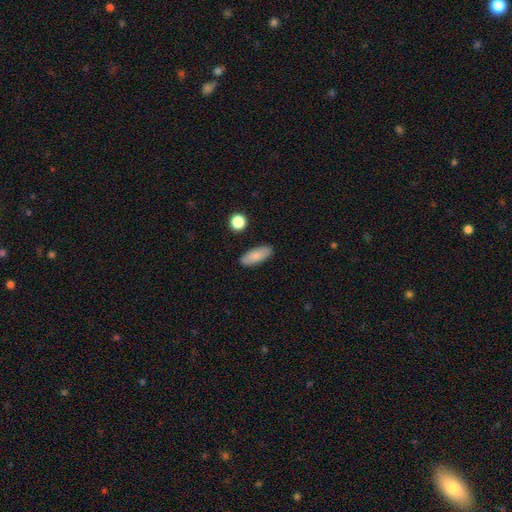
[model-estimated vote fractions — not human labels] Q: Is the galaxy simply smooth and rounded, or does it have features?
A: smooth — 83%.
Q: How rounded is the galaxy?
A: in between — 80%.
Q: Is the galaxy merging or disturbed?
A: none — 87%.